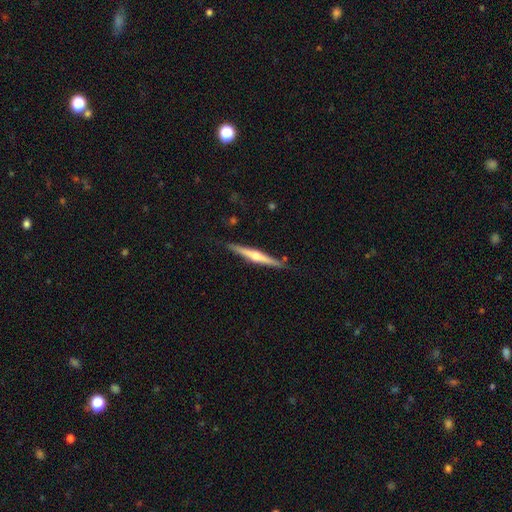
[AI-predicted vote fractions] A featured or disk galaxy (71%) viewed edge-on (98%) with a rounded central bulge (87%). Merging: none (87%).